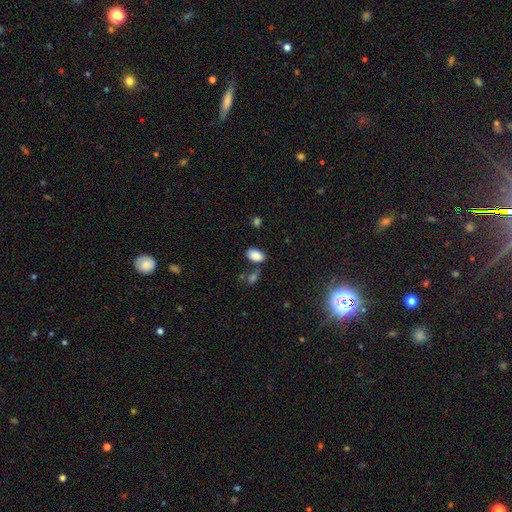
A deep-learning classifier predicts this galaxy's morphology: Smooth or featured: smooth — 88% (star or artifact — 8%)
How rounded: in between — 93% (round — 6%)
Merging: none — 71% (minor disturbance — 14%)